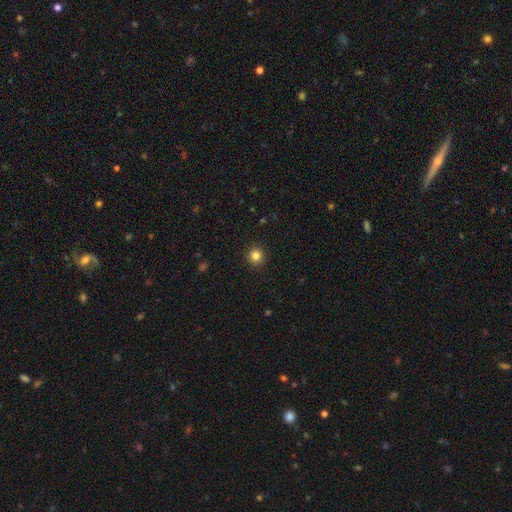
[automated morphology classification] A smooth galaxy with no disk features (84%) that is round (93%).

Vote fractions:
- Smooth or featured? smooth: 84% / star or artifact: 12% / featured or disk: 5%
- How rounded? round: 93% / in between: 6% / cigar-shaped: 1%
- Merging? none: 92% / minor disturbance: 5% / major disturbance: 2% / merger: 1%